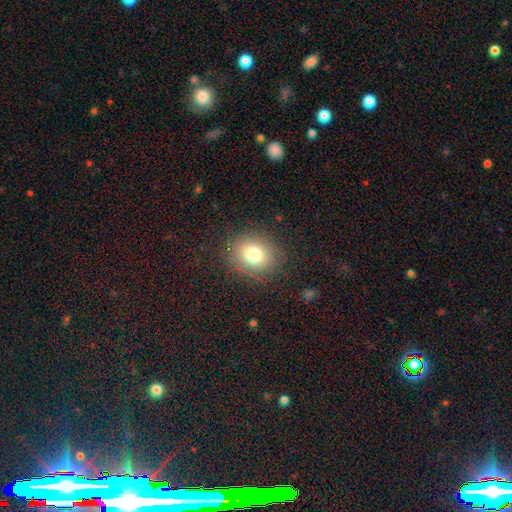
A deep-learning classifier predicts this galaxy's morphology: Q: Smooth or featured?
A: smooth (78%); runner-up: star or artifact (13%)
Q: How rounded?
A: round (70%); runner-up: in between (29%)
Q: Merging?
A: none (89%); runner-up: minor disturbance (8%)